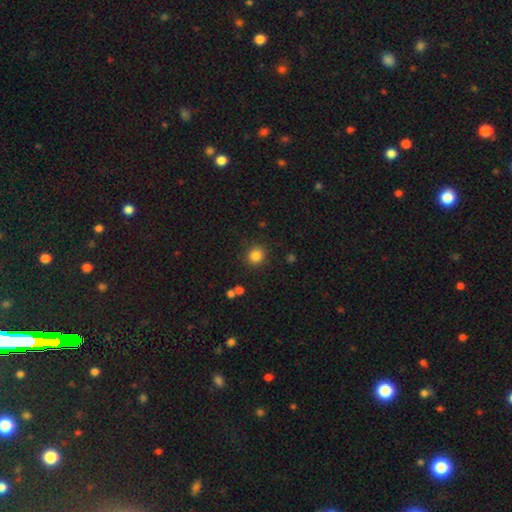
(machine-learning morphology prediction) A smooth galaxy with no disk features (84%) that is round (86%).

Vote fractions:
- Smooth or featured? smooth: 84% / star or artifact: 11% / featured or disk: 4%
- How rounded? round: 86% / in between: 13% / cigar-shaped: 1%
- Merging? none: 88% / minor disturbance: 7% / major disturbance: 3% / merger: 2%